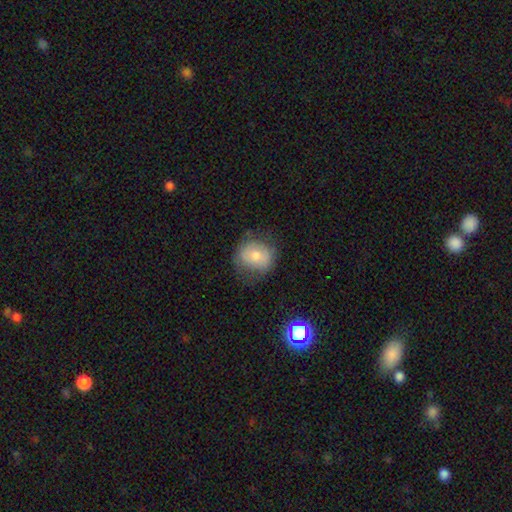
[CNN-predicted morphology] Smooth or featured? smooth (65%)
How rounded? round (75%)
Merging? none (61%)